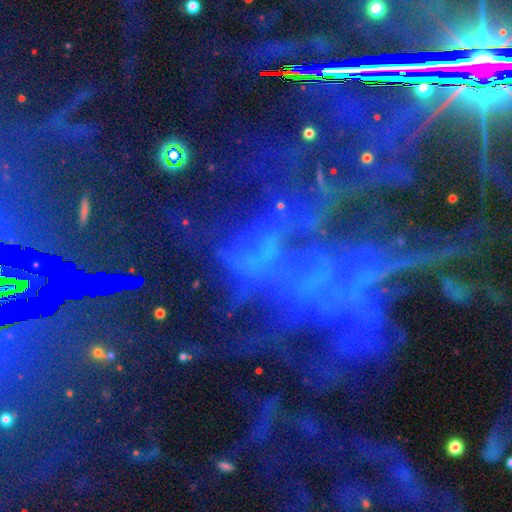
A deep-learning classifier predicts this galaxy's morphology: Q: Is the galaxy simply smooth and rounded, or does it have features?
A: star or artifact — 67%.